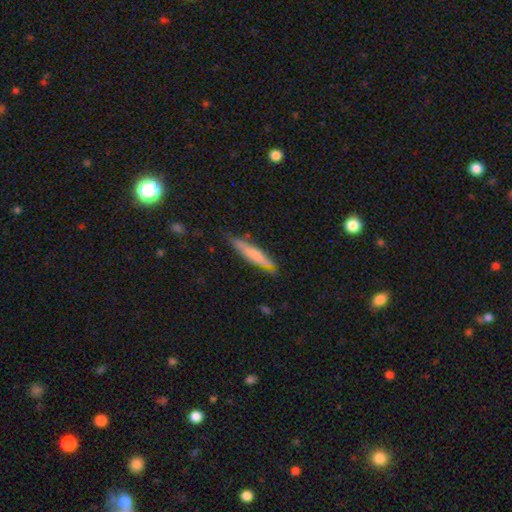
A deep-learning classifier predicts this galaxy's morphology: Overall: smooth (64%; featured or disk 30%). How rounded: cigar-shaped (88%). Merging: none (74%).